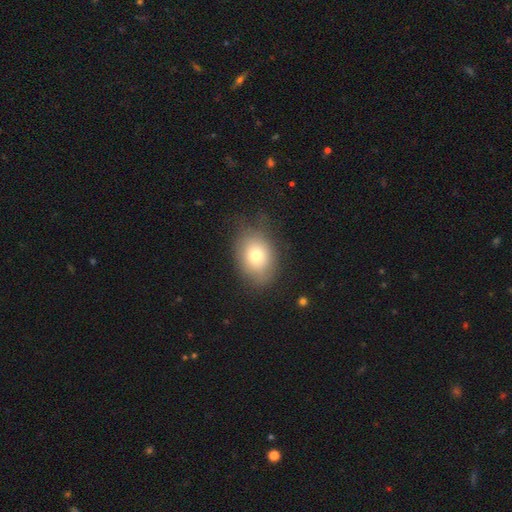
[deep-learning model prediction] smooth 76%, featured or disk 14%, star or artifact 10%. Down the decision tree: how rounded — in between (68%); merging — none (71%).